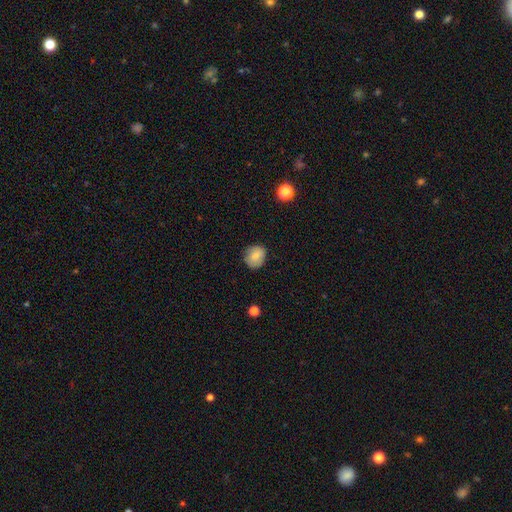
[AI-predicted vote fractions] smooth-or-featured: smooth: 81% | featured or disk: 10% | star or artifact: 9%
  how-rounded: round: 77% | in between: 22% | cigar-shaped: 1%
  merging: none: 81% | minor disturbance: 15% | major disturbance: 3% | merger: 1%